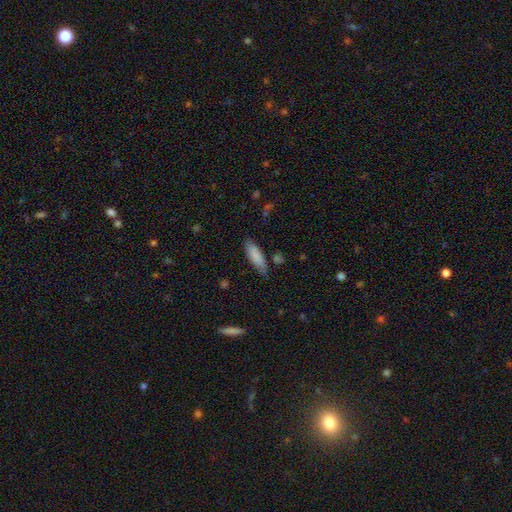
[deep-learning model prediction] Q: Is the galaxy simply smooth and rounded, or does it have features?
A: smooth — 81%.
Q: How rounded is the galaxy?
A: in between — 52%.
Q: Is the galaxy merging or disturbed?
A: none — 67%.